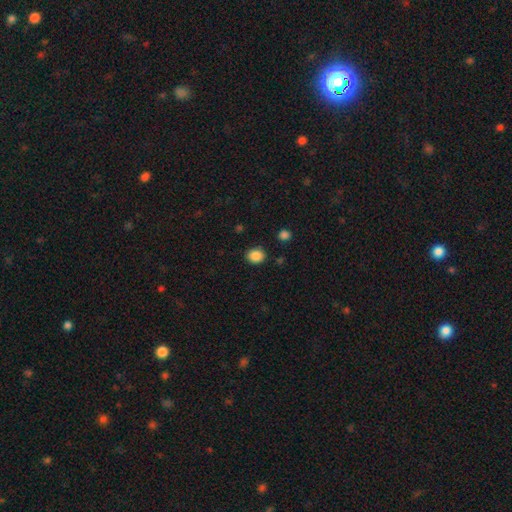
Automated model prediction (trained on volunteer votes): Smooth or featured: smooth — 87% (star or artifact — 9%)
How rounded: round — 72% (in between — 27%)
Merging: none — 87% (minor disturbance — 9%)